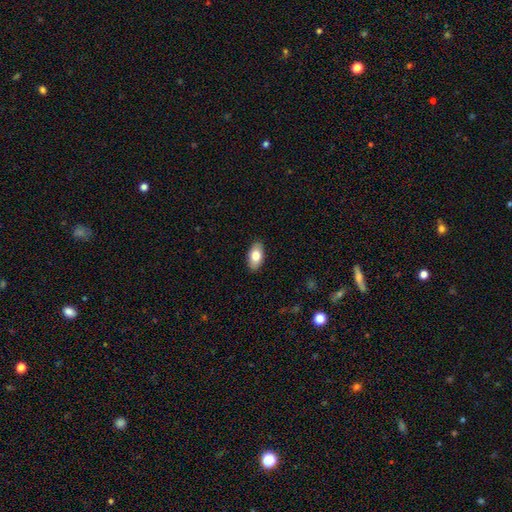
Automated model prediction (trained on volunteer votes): smooth_or_featured: smooth (p=0.80) [alt: featured or disk p=0.14]
how_rounded: in between (p=0.94) [alt: round p=0.04]
merging: none (p=0.89) [alt: minor disturbance p=0.09]